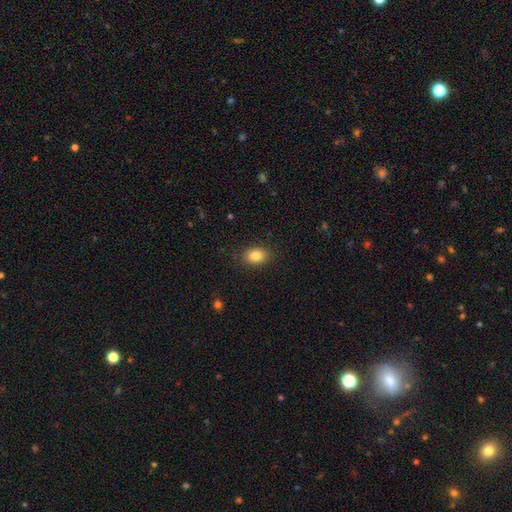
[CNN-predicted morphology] smooth-or-featured: smooth: 84% | star or artifact: 9% | featured or disk: 7%
  how-rounded: in between: 69% | round: 30% | cigar-shaped: 1%
  merging: none: 87% | minor disturbance: 9% | major disturbance: 3% | merger: 1%